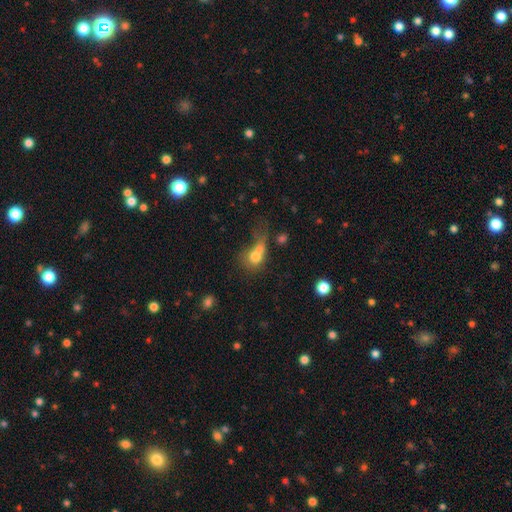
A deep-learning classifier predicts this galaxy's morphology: The model was most divided on "how rounded": round: 49%, in between: 47%, cigar-shaped: 3%. Remaining: smooth or featured — smooth (70%); merging — merger (46%).